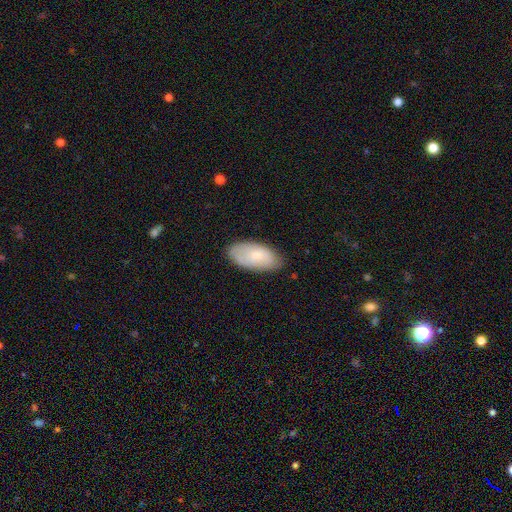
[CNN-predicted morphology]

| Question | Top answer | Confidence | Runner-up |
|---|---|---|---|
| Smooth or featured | smooth | 71% | featured or disk (23%) |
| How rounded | in between | 94% | cigar-shaped (3%) |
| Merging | none | 77% | minor disturbance (19%) |